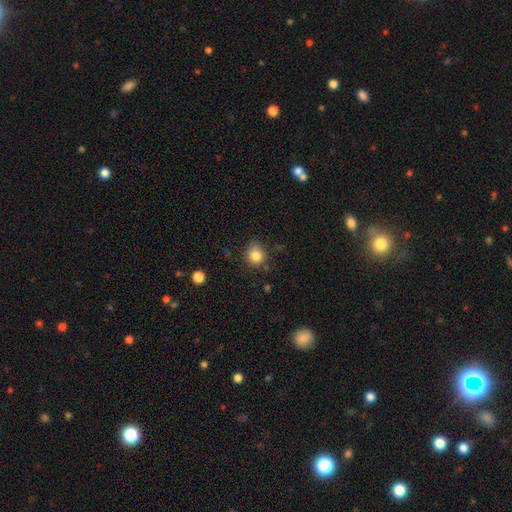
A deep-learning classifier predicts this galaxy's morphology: smooth-or-featured: smooth: 84% | star or artifact: 11% | featured or disk: 5%
  how-rounded: round: 86% | in between: 13% | cigar-shaped: 1%
  merging: none: 77% | minor disturbance: 16% | major disturbance: 4% | merger: 3%